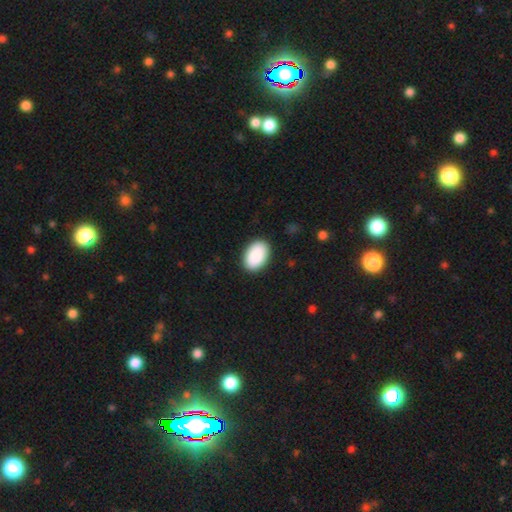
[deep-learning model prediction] A smooth galaxy with no disk features (91%) that is in between round and cigar-shaped (90%). Merging: none (90%).